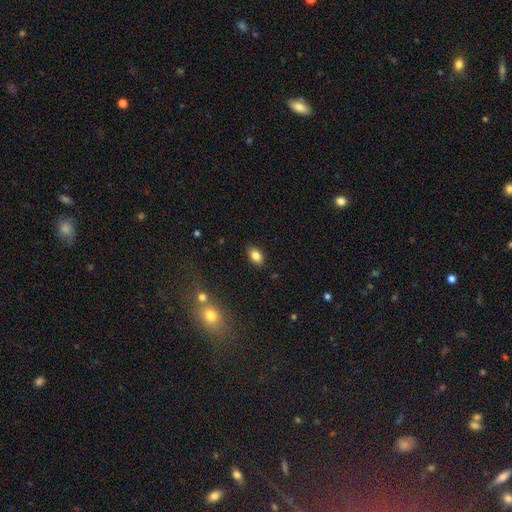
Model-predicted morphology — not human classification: This is clearly a smooth galaxy (84%). How rounded: clearly in between (87%). Merging: clearly none (87%).